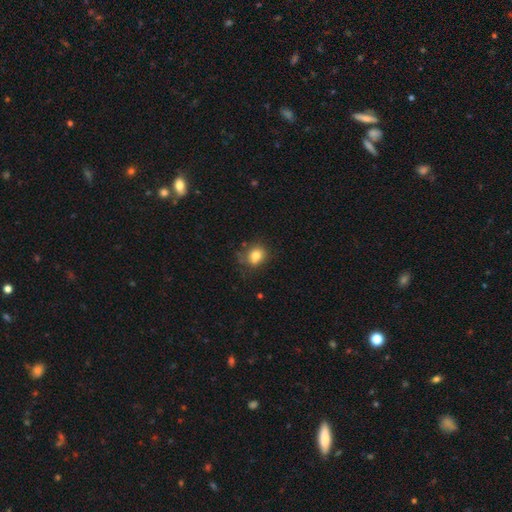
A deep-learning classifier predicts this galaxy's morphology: This appears to be a smooth galaxy with no disk features (80%) that is round (63%). Merging: none (68%).